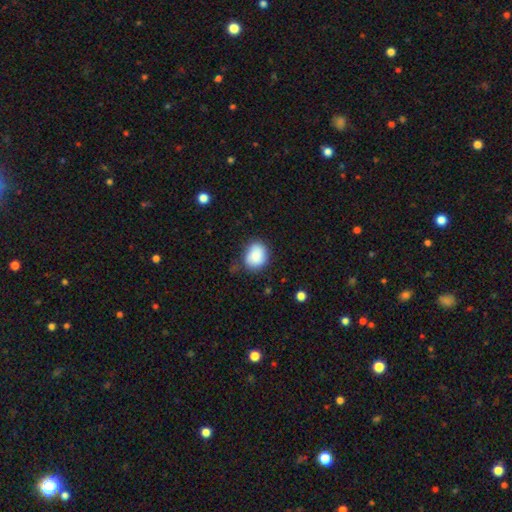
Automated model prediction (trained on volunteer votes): A smooth galaxy with no disk features (83%) that is round (56%). Merging: none (69%).